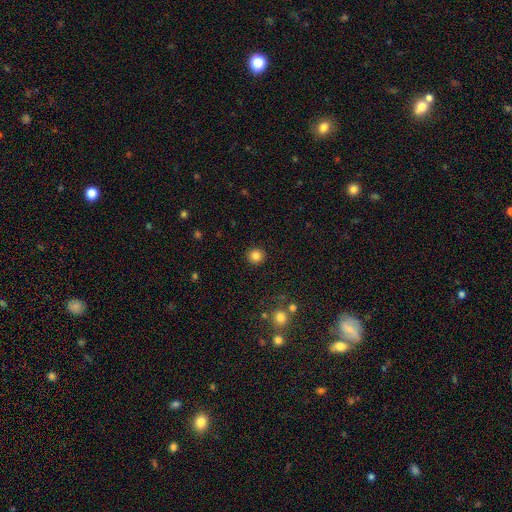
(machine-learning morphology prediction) Overall: smooth (83%). How rounded: round (92%). Merging: none (92%).